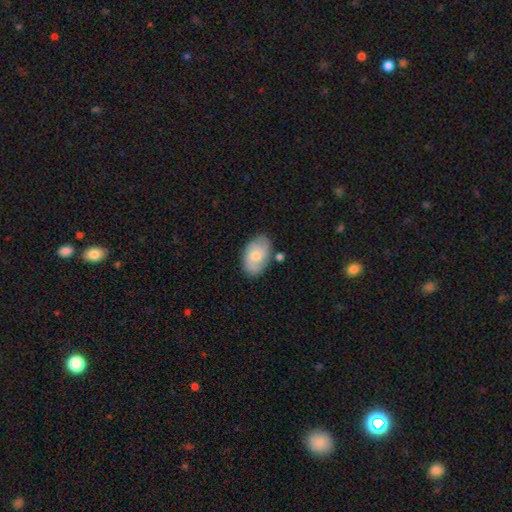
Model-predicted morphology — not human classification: smooth 60%, featured or disk 33%, star or artifact 7%. Down the decision tree: how rounded — in between (90%); merging — none (72%).